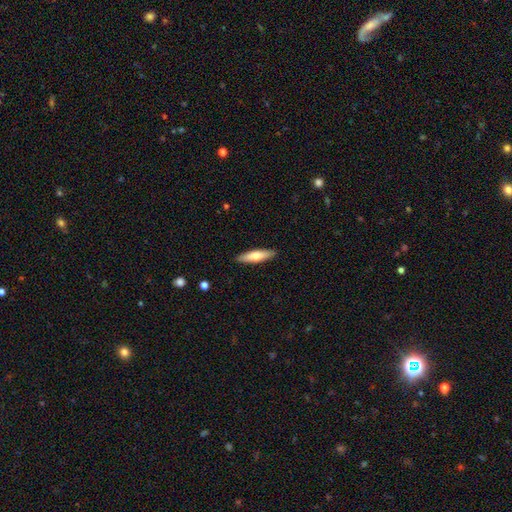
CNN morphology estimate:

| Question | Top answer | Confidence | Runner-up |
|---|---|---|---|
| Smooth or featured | smooth | 66% | featured or disk (28%) |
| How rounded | cigar-shaped | 72% | in between (26%) |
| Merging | none | 90% | minor disturbance (7%) |